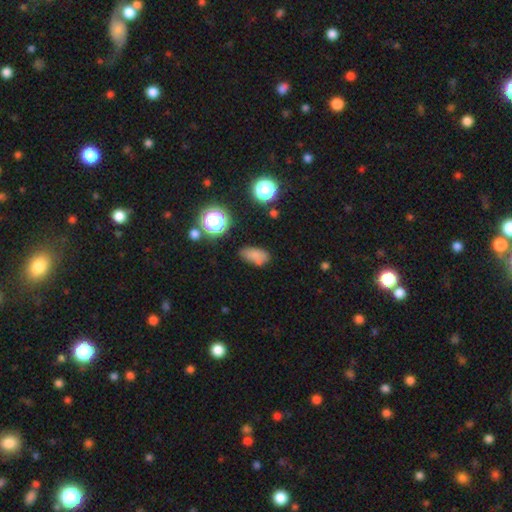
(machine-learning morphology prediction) Overall: smooth (73%). How rounded: in between (84%). Merging: none (66%).